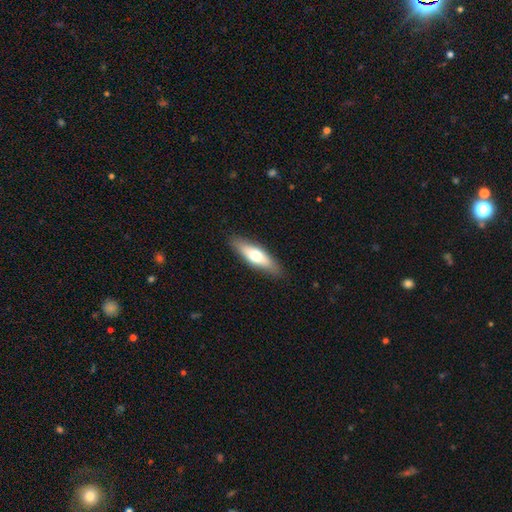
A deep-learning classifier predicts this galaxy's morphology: This appears to be a smooth galaxy with no disk features (58%) that is cigar-shaped (52%). Merging: none (87%).